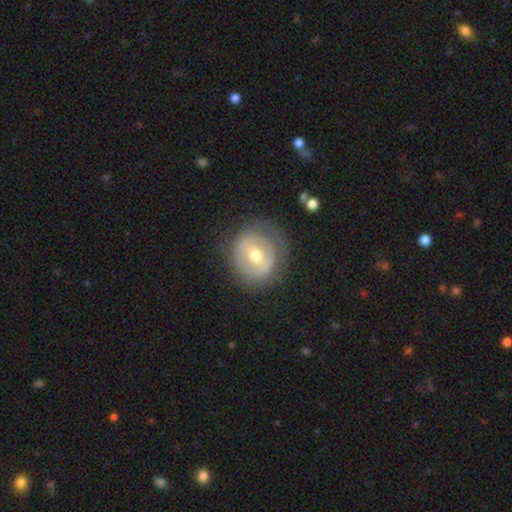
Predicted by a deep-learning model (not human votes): A featured or disk galaxy (54%) with no bar (45%), no spiral arms (71%) and a moderate central bulge (74%).

Vote fractions:
- Smooth or featured? featured or disk: 54% / smooth: 40% / star or artifact: 6%
- Edge-on disk? no: 96% / yes: 4%
- Bar? no: 45% / weak: 38% / strong: 17%
- Spiral arms? no: 71% / yes: 29%
- Bulge size? moderate: 74% / small: 16% / large: 8% / none: 1% / dominant: 1%
- Merging? none: 73% / minor disturbance: 18% / major disturbance: 8% / merger: 1%